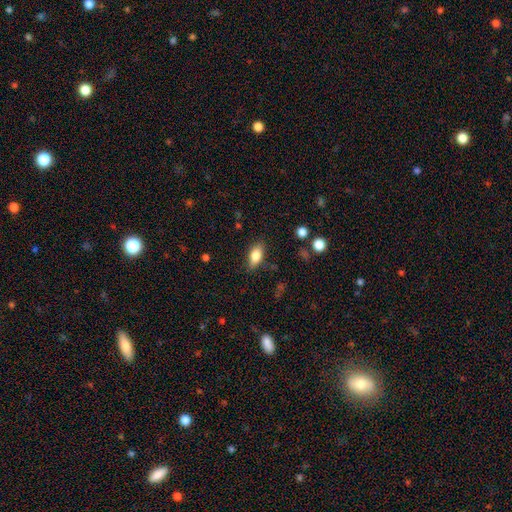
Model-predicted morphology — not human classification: A smooth galaxy with no disk features (80%) that is in between round and cigar-shaped (86%). Merging: none (83%).